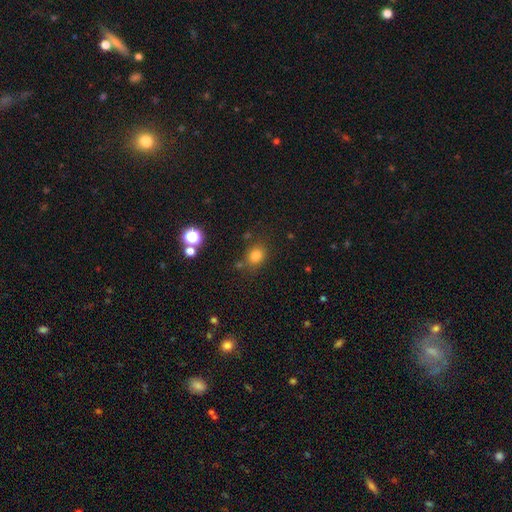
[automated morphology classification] This appears to be a smooth galaxy with no disk features (78%) that is round (66%). Merging: none (74%).